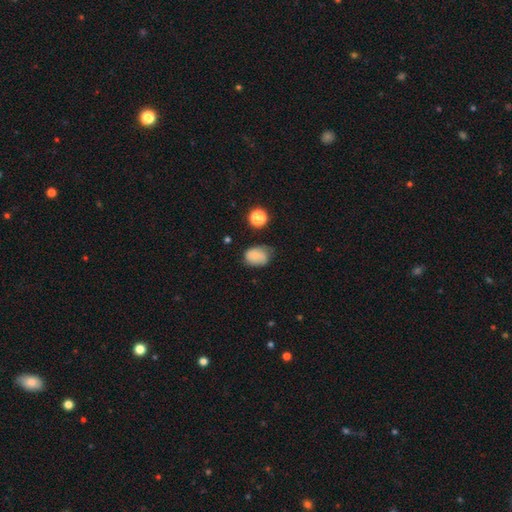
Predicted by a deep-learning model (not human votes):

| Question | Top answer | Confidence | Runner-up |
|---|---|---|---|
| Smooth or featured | smooth | 70% | featured or disk (19%) |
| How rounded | in between | 67% | round (32%) |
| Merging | none | 51% | minor disturbance (36%) |